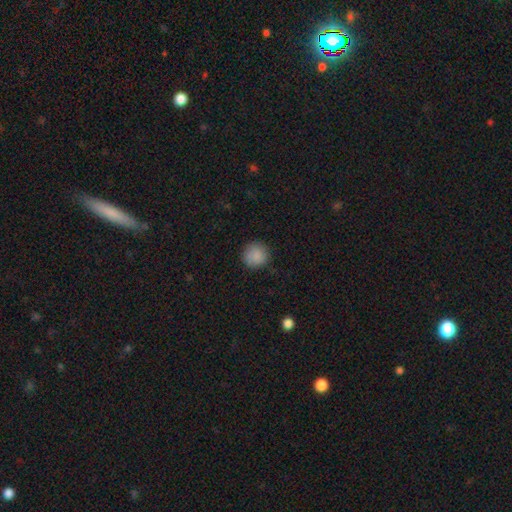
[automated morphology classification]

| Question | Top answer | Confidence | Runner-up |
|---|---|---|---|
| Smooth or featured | smooth | 88% | star or artifact (8%) |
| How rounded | round | 93% | in between (6%) |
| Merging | none | 87% | minor disturbance (9%) |